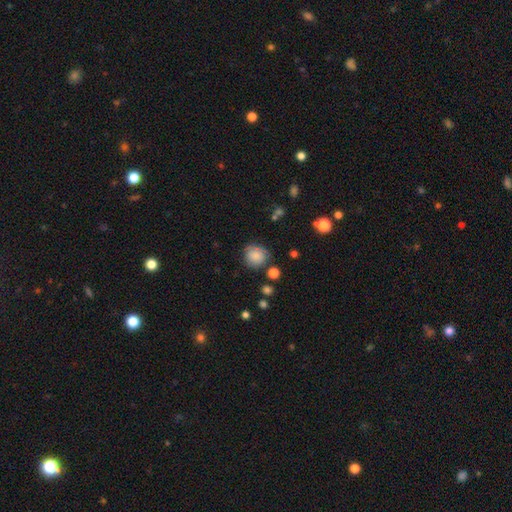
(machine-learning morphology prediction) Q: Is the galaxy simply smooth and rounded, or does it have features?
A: smooth — 80%.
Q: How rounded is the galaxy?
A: round — 84%.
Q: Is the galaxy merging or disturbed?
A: none — 69%.